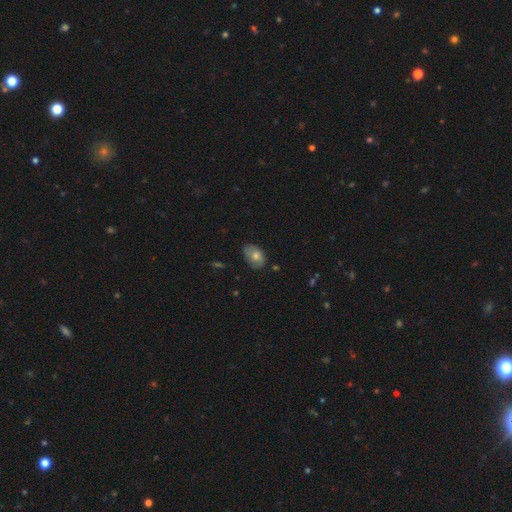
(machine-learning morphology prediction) smooth-or-featured: smooth: 66% | featured or disk: 26% | star or artifact: 8%
  how-rounded: in between: 83% | round: 16% | cigar-shaped: 1%
  merging: none: 76% | minor disturbance: 19% | major disturbance: 4% | merger: 1%